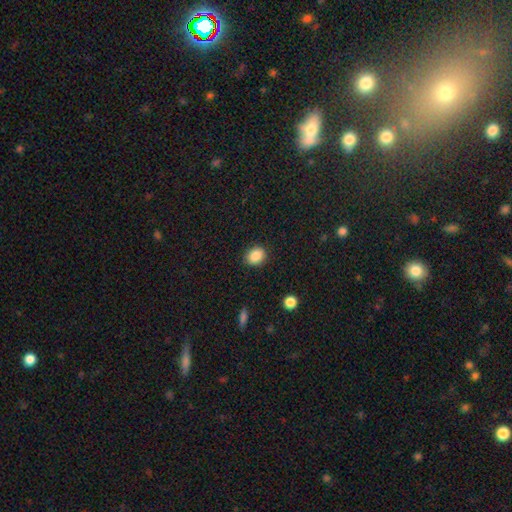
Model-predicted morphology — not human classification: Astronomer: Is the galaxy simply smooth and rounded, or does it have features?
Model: smooth — 87%.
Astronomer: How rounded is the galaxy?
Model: round — 54% (runner-up: in between, 45%).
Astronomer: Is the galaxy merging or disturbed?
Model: none — 87%.